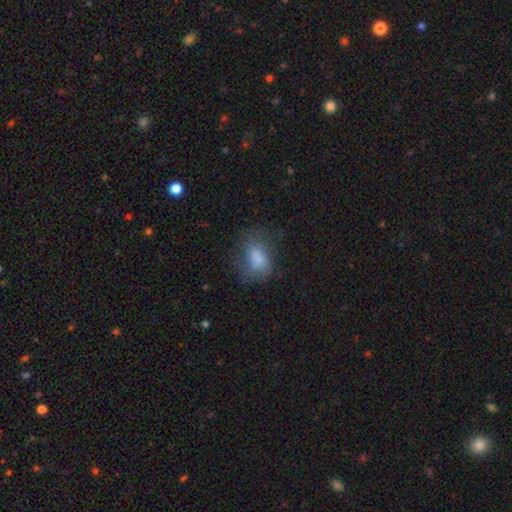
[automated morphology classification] Overall: smooth (64%; featured or disk 25%). How rounded: in between (80%). Merging: none (49%; minor disturbance 26%).